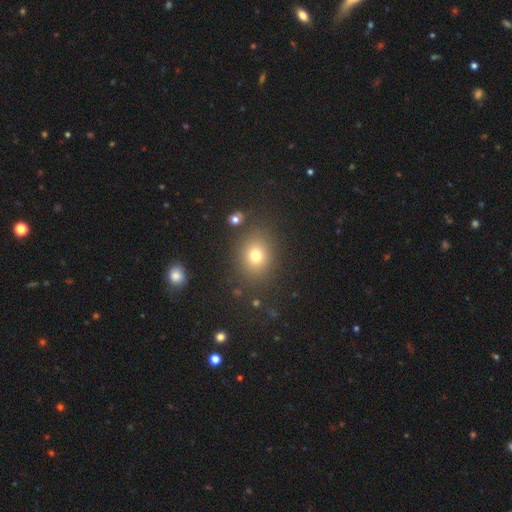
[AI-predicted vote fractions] smooth-or-featured: smooth: 75% | star or artifact: 15% | featured or disk: 9%
  how-rounded: round: 60% | in between: 38% | cigar-shaped: 1%
  merging: none: 84% | minor disturbance: 9% | major disturbance: 4% | merger: 3%